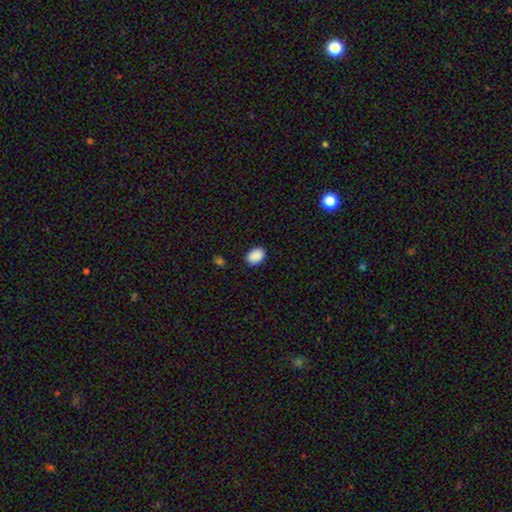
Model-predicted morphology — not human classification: Smooth or featured?
  - smooth: 90% *
  - star or artifact: 8%
  - featured or disk: 3%
How rounded?
  - in between: 80% *
  - round: 19%
  - cigar-shaped: 1%
Merging?
  - none: 87% *
  - minor disturbance: 10%
  - major disturbance: 2%
  - merger: 1%